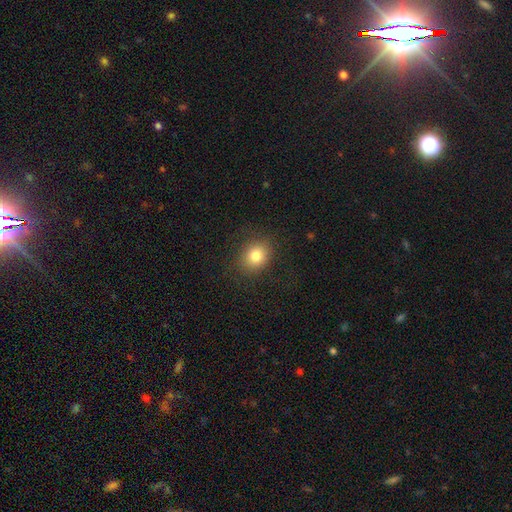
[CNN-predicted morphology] This appears to be a smooth galaxy with no disk features (82%) that is round (59%). Merging: none (85%).